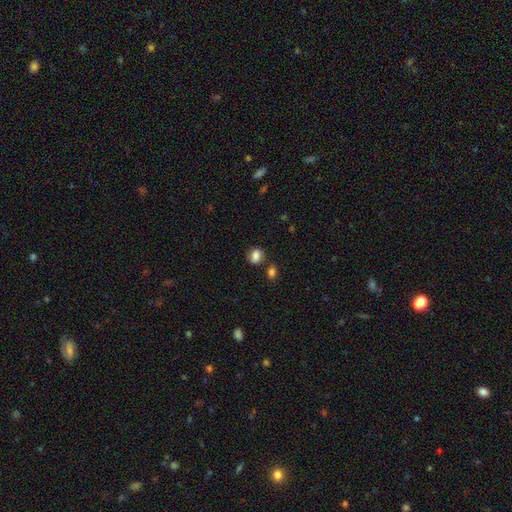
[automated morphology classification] A smooth galaxy with no disk features (81%) that is in between round and cigar-shaped (54%). Merging: none (64%).